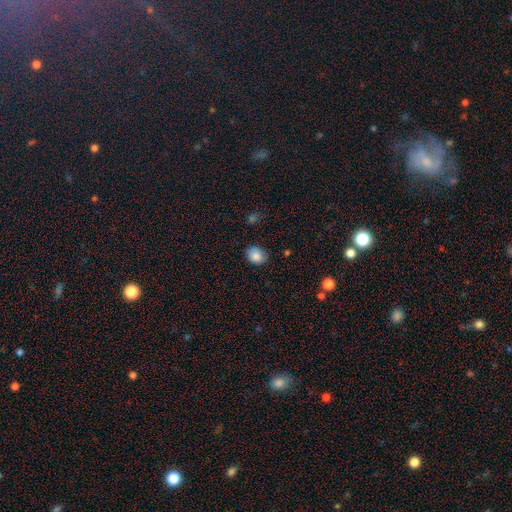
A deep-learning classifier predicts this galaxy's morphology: type=smooth (84%); roundness=round (59%); merging=none (76%).